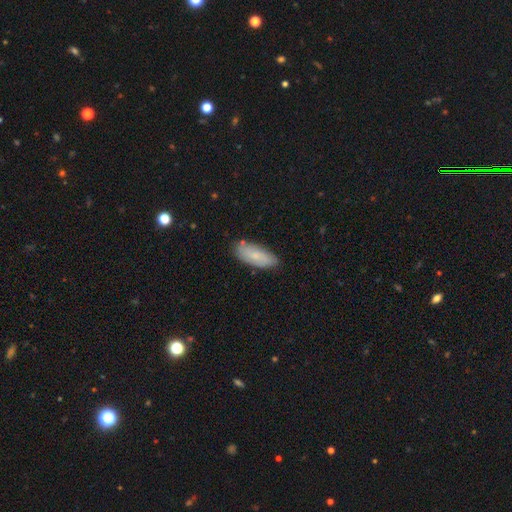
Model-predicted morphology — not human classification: Overall: smooth (73%). How rounded: in between (81%). Merging: none (80%).